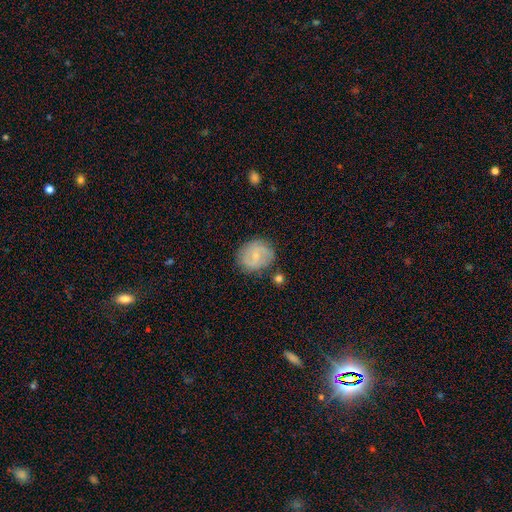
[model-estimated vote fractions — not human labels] Smooth or featured? Predicted: featured or disk (p=0.51). Edge-on disk? Predicted: no (p=0.97). Merging? Predicted: none (p=0.77).